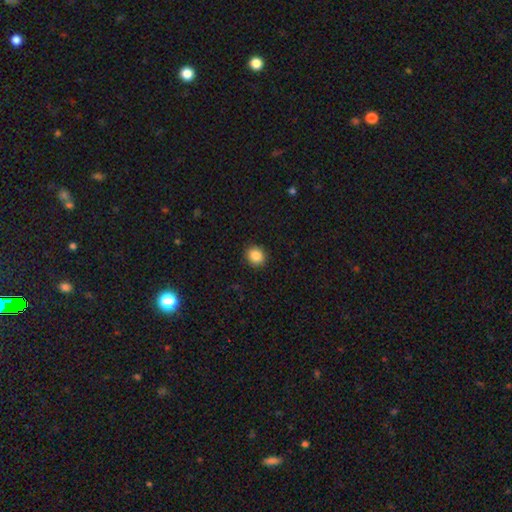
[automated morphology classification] Smooth or featured?
  - smooth: 86% *
  - star or artifact: 10%
  - featured or disk: 4%
How rounded?
  - round: 82% *
  - in between: 17%
  - cigar-shaped: 1%
Merging?
  - none: 91% *
  - minor disturbance: 6%
  - major disturbance: 2%
  - merger: 1%